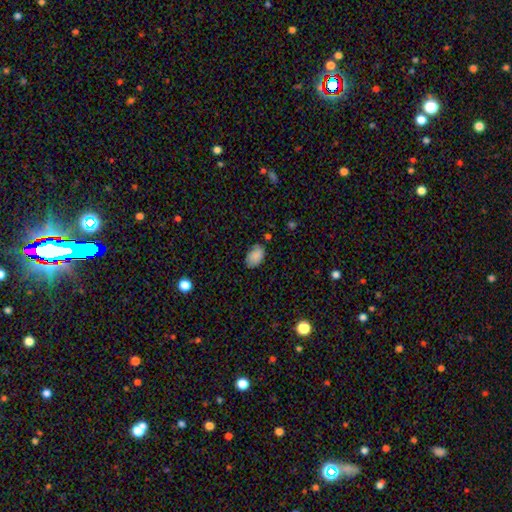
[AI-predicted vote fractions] The model was most divided on "merging": none: 73%, minor disturbance: 21%, major disturbance: 4%, merger: 2%. More confident: how rounded — in between (89%); smooth or featured — smooth (86%).